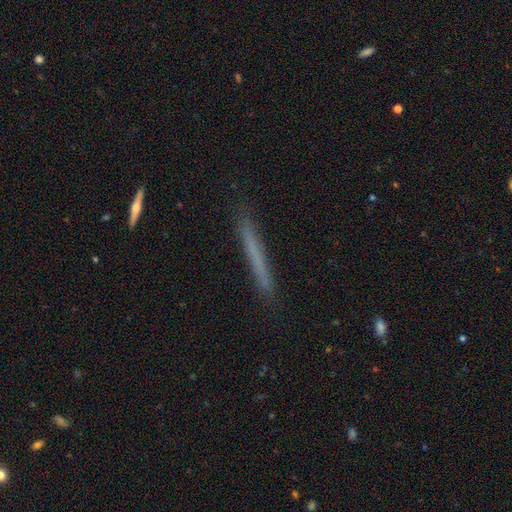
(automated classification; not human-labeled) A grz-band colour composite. It shows a smooth galaxy with no disk features (61%) that is cigar-shaped (97%). Merging: none (88%).